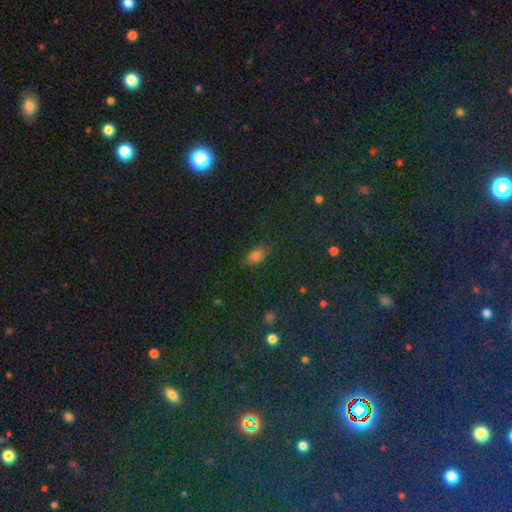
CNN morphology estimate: A smooth galaxy with no disk features (76%) that is in between round and cigar-shaped (87%). Merging: none (80%).